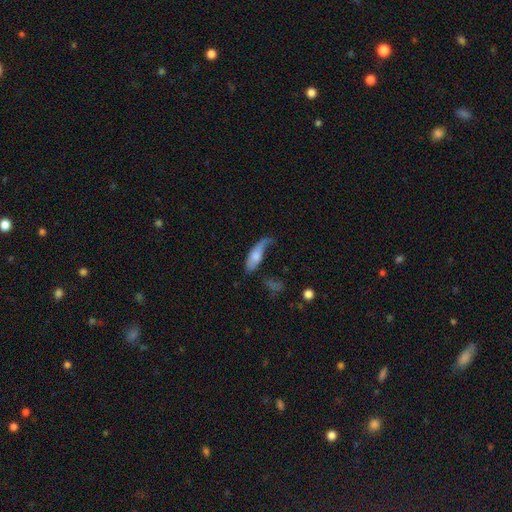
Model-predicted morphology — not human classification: A smooth galaxy with no disk features (64%) that is in between round and cigar-shaped (62%). Merging: major disturbance (35%).